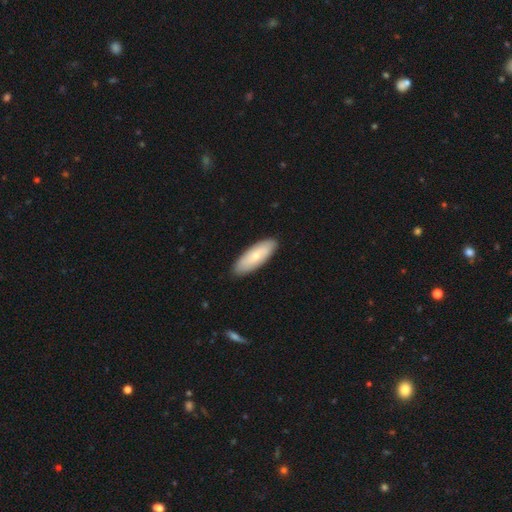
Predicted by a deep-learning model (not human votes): Smooth or featured? smooth (66%)
How rounded? in between (66%)
Merging? none (89%)